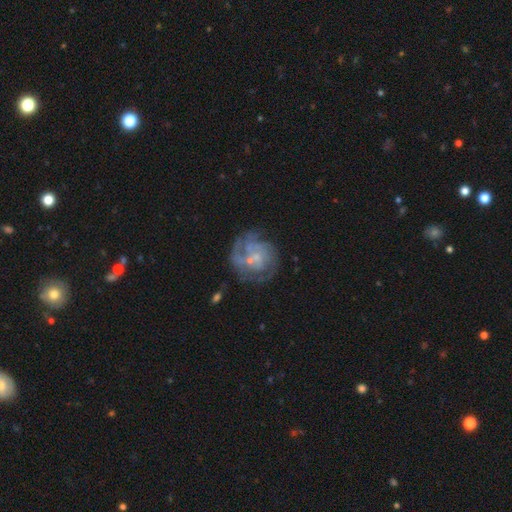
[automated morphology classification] Smooth or featured: featured or disk — 79% (smooth — 13%)
Edge-on disk: no — 98% (yes — 2%)
Bar: no — 70% (weak — 25%)
Spiral arms: yes — 87% (no — 13%)
Spiral winding: tight — 55% (medium — 34%)
Spiral arm count: can't tell — 37% (3 — 23%)
Bulge size: small — 68% (moderate — 18%)
Merging: none — 57% (minor disturbance — 18%)